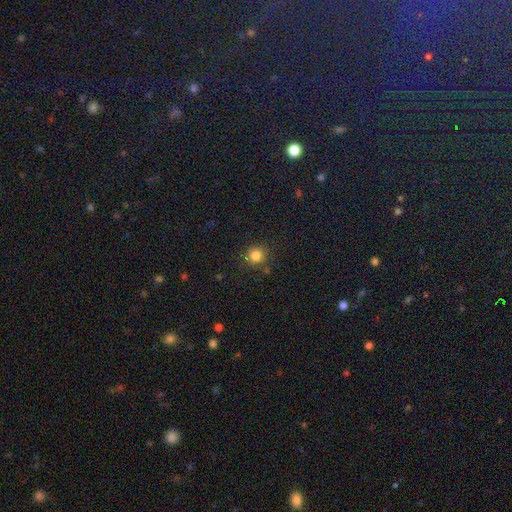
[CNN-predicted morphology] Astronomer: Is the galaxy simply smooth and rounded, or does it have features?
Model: smooth — 83%.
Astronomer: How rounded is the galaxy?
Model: round — 90%.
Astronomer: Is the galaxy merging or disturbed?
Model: none — 85%.